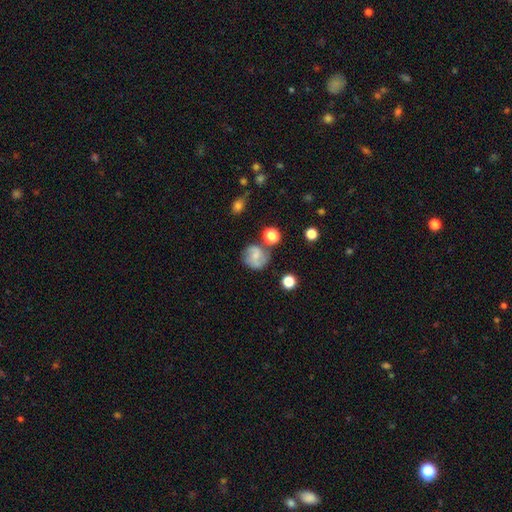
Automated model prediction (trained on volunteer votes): Overall: featured or disk (45%; smooth 44%). Merging: none (61%).